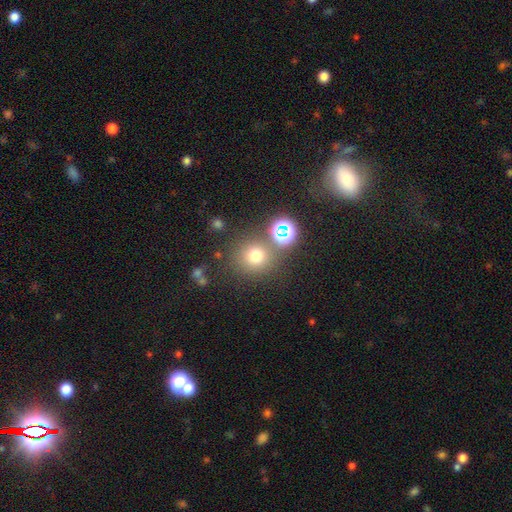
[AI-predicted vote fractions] This appears to be a smooth galaxy with no disk features (71%) that is round (91%). Merging: none (75%).